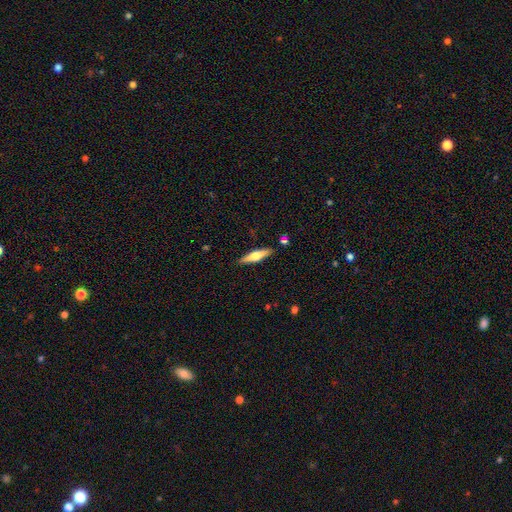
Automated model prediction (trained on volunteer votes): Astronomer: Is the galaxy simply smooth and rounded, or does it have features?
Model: featured or disk — 49% (runner-up: smooth, 45%).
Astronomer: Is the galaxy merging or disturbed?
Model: none — 87%.